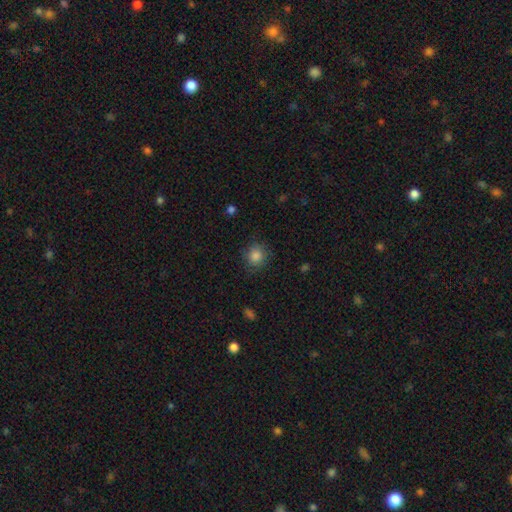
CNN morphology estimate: Smooth or featured?
  - smooth: 85% *
  - star or artifact: 10%
  - featured or disk: 5%
How rounded?
  - round: 86% *
  - in between: 13%
  - cigar-shaped: 1%
Merging?
  - none: 84% *
  - minor disturbance: 12%
  - major disturbance: 4%
  - merger: 1%